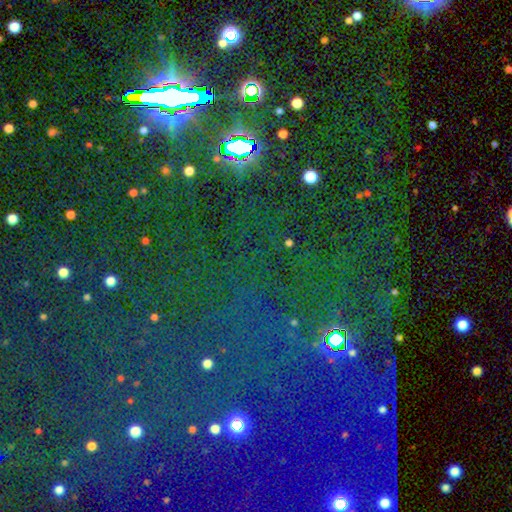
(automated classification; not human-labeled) A star or artifact, not a galaxy (79%).

Vote fractions:
- Smooth or featured? star or artifact: 79% / smooth: 12% / featured or disk: 8%